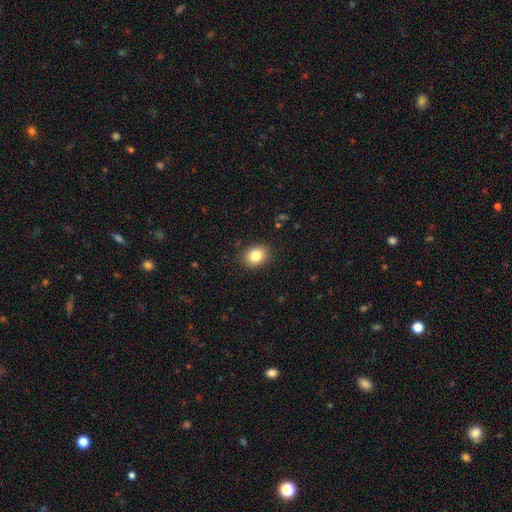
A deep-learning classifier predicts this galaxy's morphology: smooth-or-featured: smooth: 83% | star or artifact: 10% | featured or disk: 7%
  how-rounded: in between: 50% | round: 49% | cigar-shaped: 1%
  merging: none: 89% | minor disturbance: 8% | major disturbance: 2% | merger: 1%